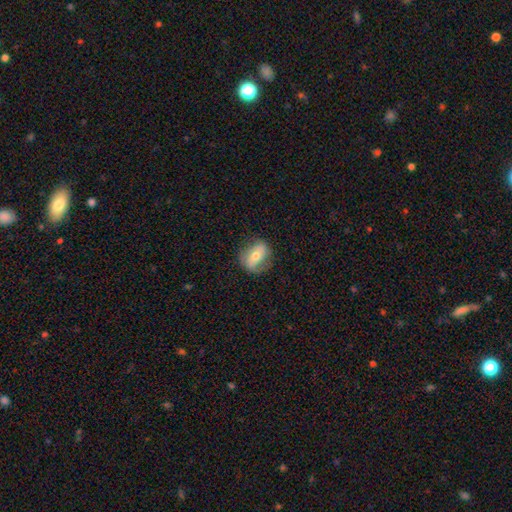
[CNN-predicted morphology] A smooth galaxy with no disk features (50%) that is in between round and cigar-shaped (69%).

Vote fractions:
- Smooth or featured? smooth: 50% / featured or disk: 42% / star or artifact: 8%
- How rounded? in between: 69% / round: 28% / cigar-shaped: 3%
- Merging? none: 72% / minor disturbance: 19% / major disturbance: 7% / merger: 1%